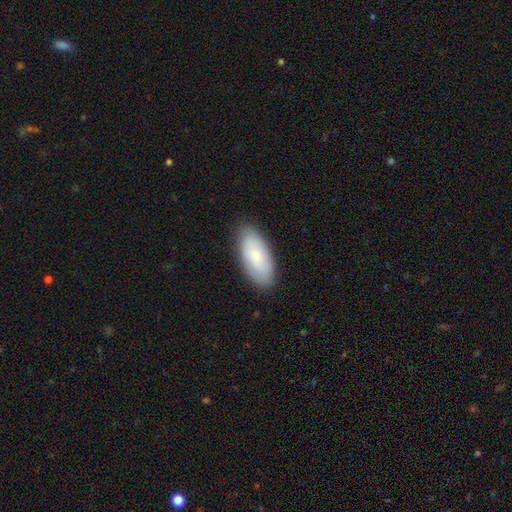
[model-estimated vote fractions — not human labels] This appears to be a smooth galaxy with no disk features (76%) that is in between round and cigar-shaped (90%). Merging: none (86%).